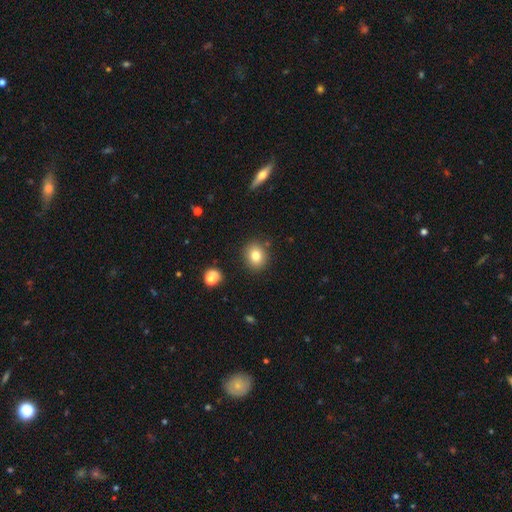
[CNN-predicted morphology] The model was most divided on "how rounded": round: 72%, in between: 27%, cigar-shaped: 1%. More confident: merging — none (87%); smooth or featured — smooth (80%).